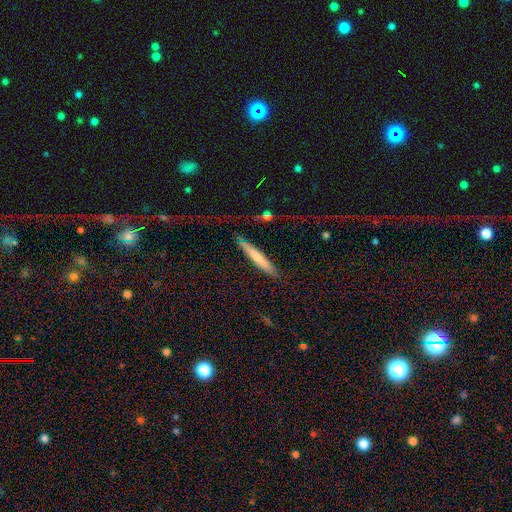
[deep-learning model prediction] This appears to be a smooth galaxy with no disk features (61%) that is cigar-shaped (95%). Merging: none (77%).